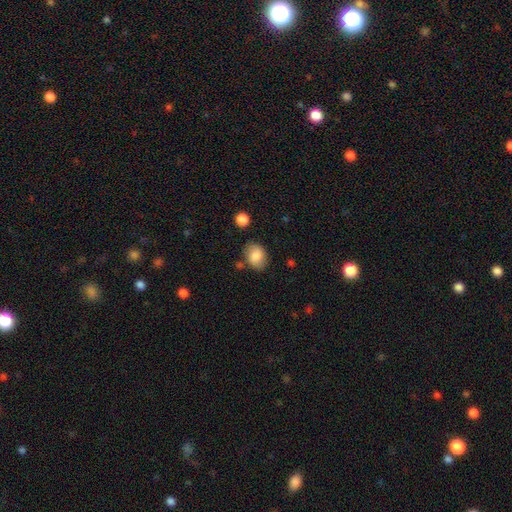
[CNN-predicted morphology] A smooth galaxy with no disk features (83%) that is in between round and cigar-shaped (67%). Merging: none (74%).